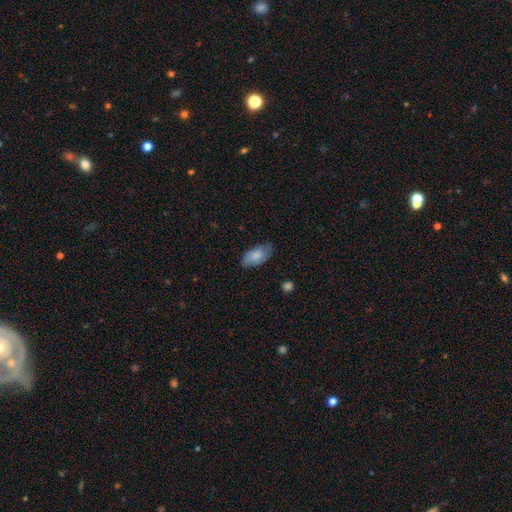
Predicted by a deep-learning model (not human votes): smooth-or-featured: smooth: 78% | featured or disk: 16% | star or artifact: 6%
  how-rounded: in between: 93% | cigar-shaped: 4% | round: 3%
  merging: none: 74% | minor disturbance: 21% | major disturbance: 4% | merger: 1%